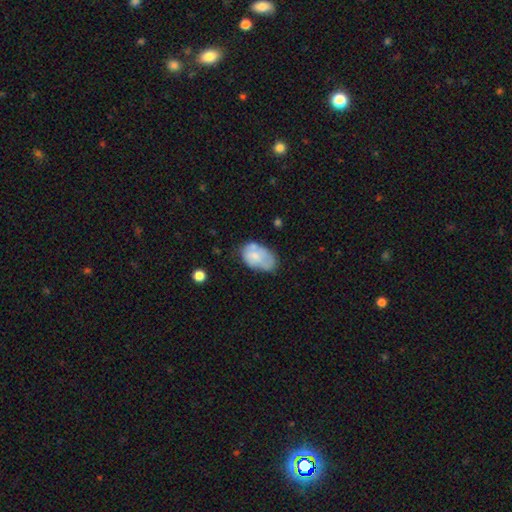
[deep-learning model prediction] Overall: smooth (64%; featured or disk 29%). How rounded: in between (89%). Merging: none (43%; minor disturbance 35%).